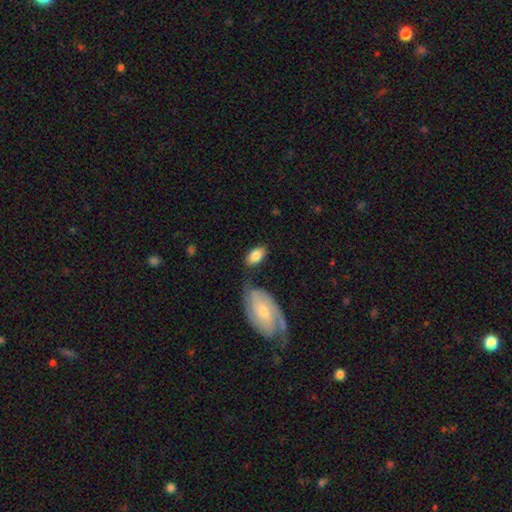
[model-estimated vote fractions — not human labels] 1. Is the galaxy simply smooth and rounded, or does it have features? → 81% smooth, 13% featured or disk, 6% star or artifact.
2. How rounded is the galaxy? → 92% in between, 5% round, 3% cigar-shaped.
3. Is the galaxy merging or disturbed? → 66% none, 17% minor disturbance, 12% merger, 5% major disturbance.